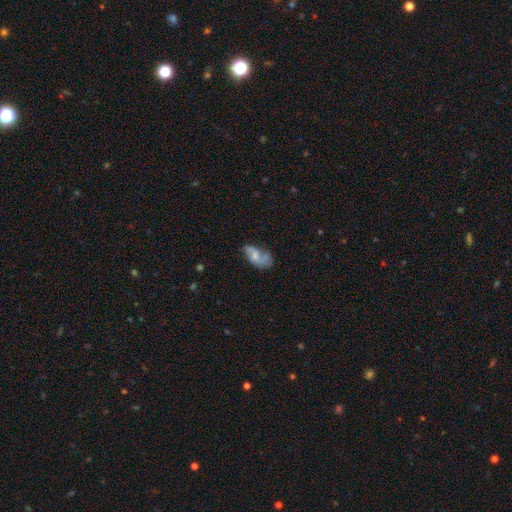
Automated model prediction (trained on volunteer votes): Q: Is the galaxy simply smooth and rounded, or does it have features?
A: featured or disk — 54%.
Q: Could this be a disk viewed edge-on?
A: no — 95%.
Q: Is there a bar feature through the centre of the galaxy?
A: no — 65%.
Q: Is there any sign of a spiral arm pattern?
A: yes — 79%.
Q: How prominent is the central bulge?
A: moderate — 40%.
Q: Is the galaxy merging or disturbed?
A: none — 42%.